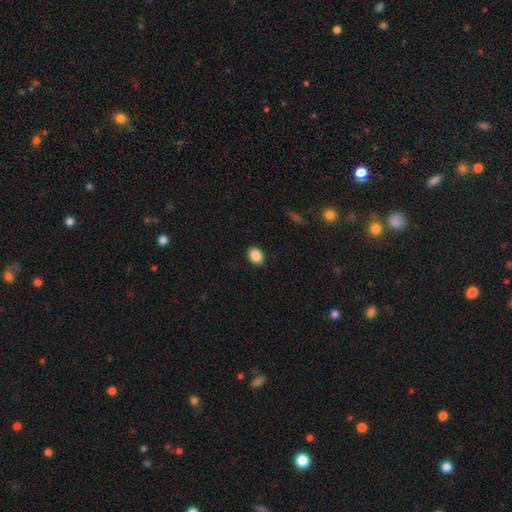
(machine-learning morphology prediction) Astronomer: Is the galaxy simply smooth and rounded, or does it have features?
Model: smooth — 87%.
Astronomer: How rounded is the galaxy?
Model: in between — 63%.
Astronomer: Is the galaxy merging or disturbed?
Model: none — 90%.